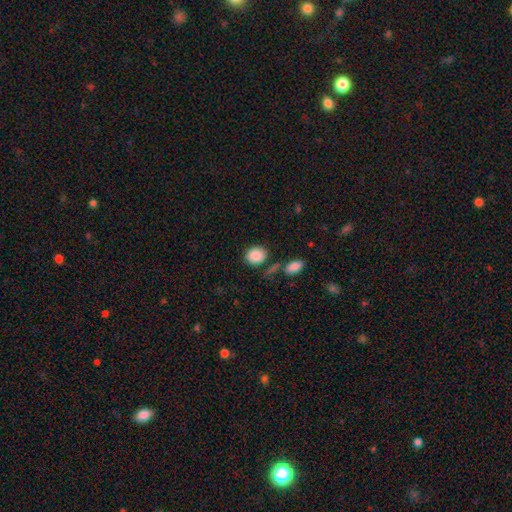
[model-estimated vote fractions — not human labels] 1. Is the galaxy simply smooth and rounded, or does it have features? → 88% smooth, 8% star or artifact, 4% featured or disk.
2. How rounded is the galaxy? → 54% round, 44% in between, 1% cigar-shaped.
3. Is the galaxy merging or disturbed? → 74% none, 13% minor disturbance, 9% merger, 5% major disturbance.